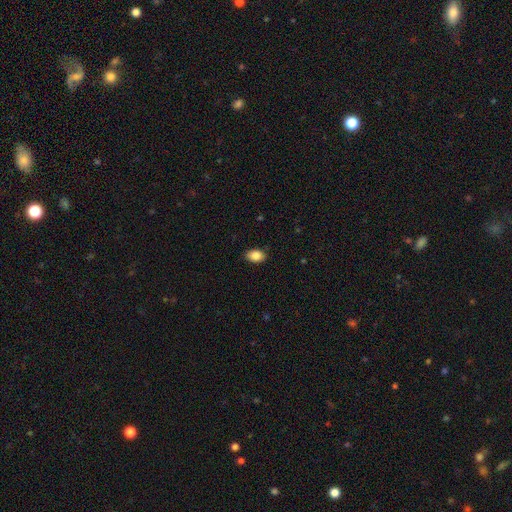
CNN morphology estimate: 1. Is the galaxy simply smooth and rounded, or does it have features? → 86% smooth, 8% star or artifact, 6% featured or disk.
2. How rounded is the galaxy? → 87% in between, 12% round, 1% cigar-shaped.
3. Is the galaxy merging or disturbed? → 88% none, 9% minor disturbance, 2% major disturbance, 1% merger.